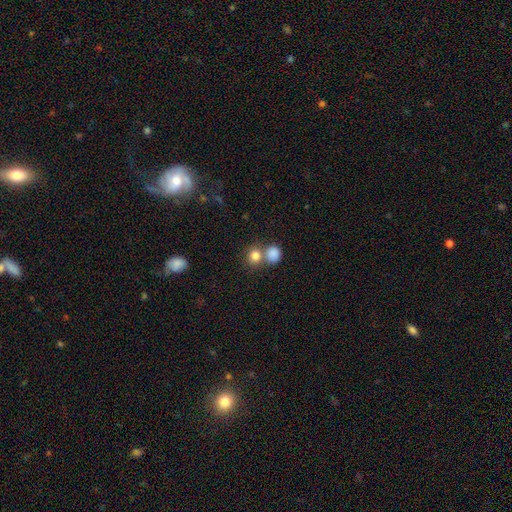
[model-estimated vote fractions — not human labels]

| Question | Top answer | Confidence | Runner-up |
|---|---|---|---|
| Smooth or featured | smooth | 82% | star or artifact (11%) |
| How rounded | round | 80% | in between (19%) |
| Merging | none | 51% | merger (38%) |